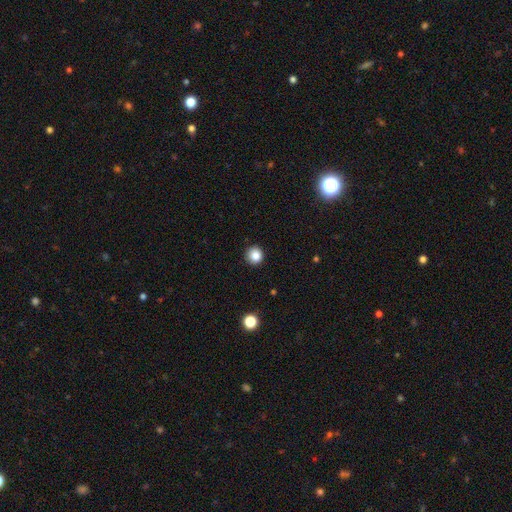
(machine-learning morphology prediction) smooth-or-featured: smooth: 85% | star or artifact: 11% | featured or disk: 4%
  how-rounded: round: 95% | in between: 4% | cigar-shaped: 1%
  merging: none: 92% | minor disturbance: 5% | major disturbance: 2% | merger: 1%